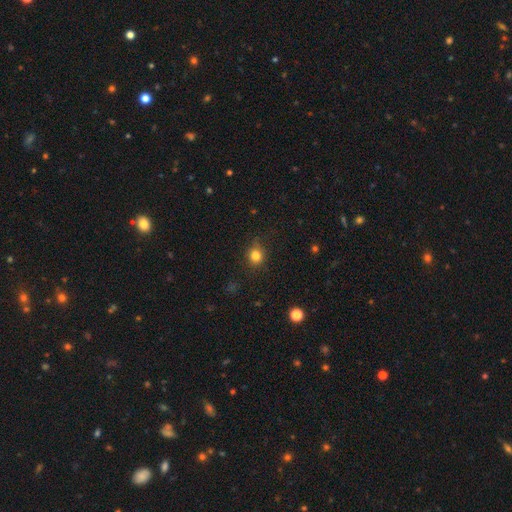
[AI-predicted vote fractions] Smooth or featured: smooth — 81% (star or artifact — 13%)
How rounded: round — 81% (in between — 18%)
Merging: none — 80% (minor disturbance — 15%)